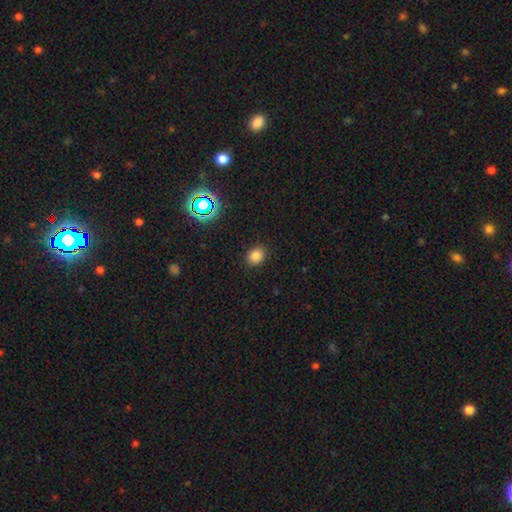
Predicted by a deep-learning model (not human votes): smooth 80%, star or artifact 15%, featured or disk 5%. Down the decision tree: how rounded — round (57%); merging — none (88%).